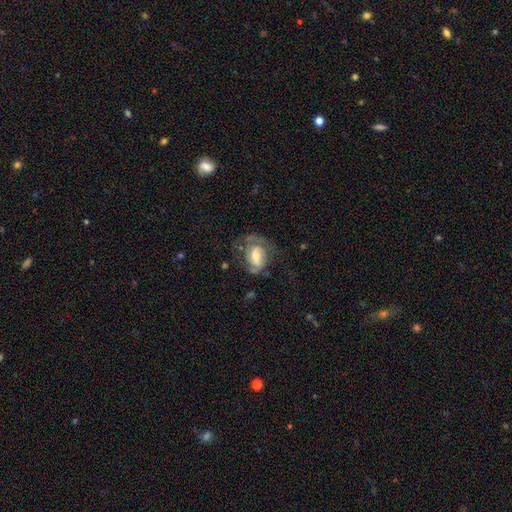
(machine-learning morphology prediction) smooth_or_featured: featured or disk (p=0.69) [alt: smooth p=0.24]
disk_edge_on: no (p=0.96) [alt: yes p=0.04]
bar: weak (p=0.45) [alt: no p=0.34]
has_spiral_arms: yes (p=0.84) [alt: no p=0.16]
spiral_winding: medium (p=0.44) [alt: tight p=0.34]
spiral_arm_count: 2 (p=0.63) [alt: can't tell p=0.17]
bulge_size: moderate (p=0.54) [alt: small p=0.25]
merging: none (p=0.48) [alt: major disturbance p=0.28]